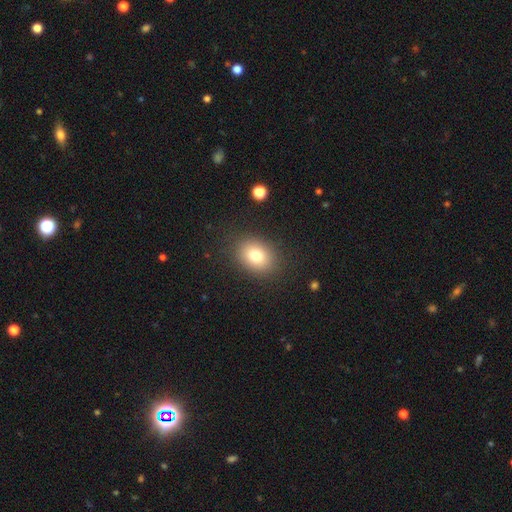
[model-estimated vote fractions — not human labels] smooth_or_featured: smooth (p=0.78) [alt: star or artifact p=0.12]
how_rounded: in between (p=0.57) [alt: round p=0.42]
merging: none (p=0.86) [alt: minor disturbance p=0.09]